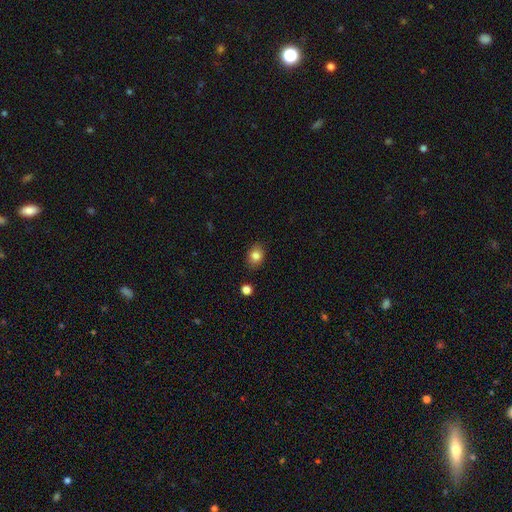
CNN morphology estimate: Q: Smooth or featured?
A: smooth (83%); runner-up: star or artifact (10%)
Q: How rounded?
A: in between (55%); runner-up: round (44%)
Q: Merging?
A: none (86%); runner-up: minor disturbance (10%)